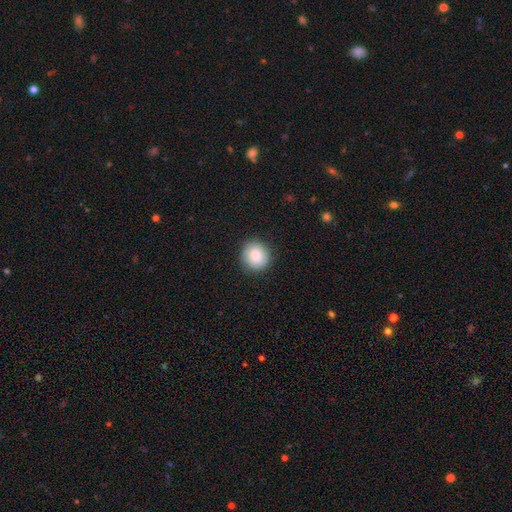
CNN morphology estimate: The model was most divided on "smooth or featured": smooth: 85%, star or artifact: 8%, featured or disk: 7%. More confident: how rounded — round (91%); merging — none (88%).